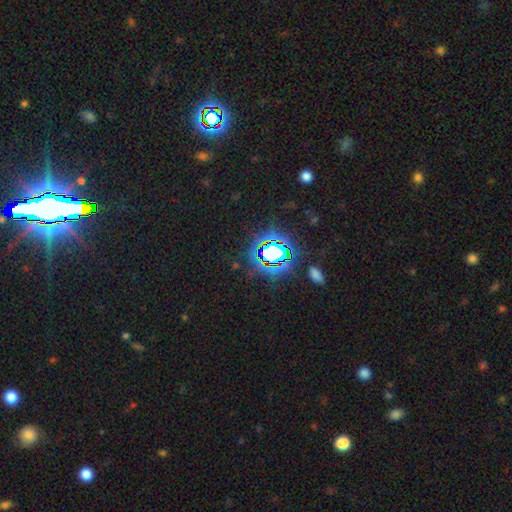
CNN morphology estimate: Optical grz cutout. It shows a star or artifact, not a galaxy (84%).